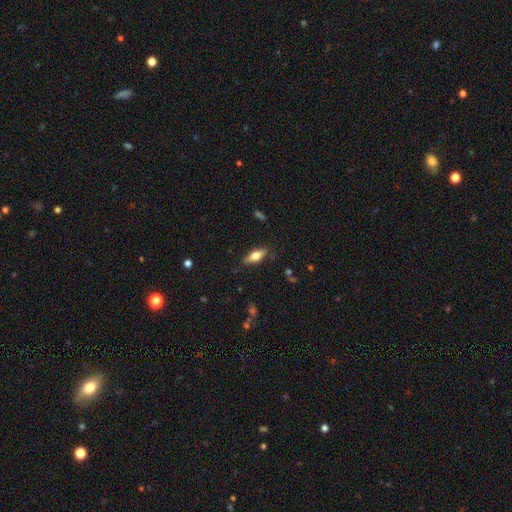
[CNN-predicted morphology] Q: Smooth or featured?
A: smooth (63%); runner-up: featured or disk (30%)
Q: How rounded?
A: in between (66%); runner-up: cigar-shaped (32%)
Q: Merging?
A: none (84%); runner-up: minor disturbance (12%)